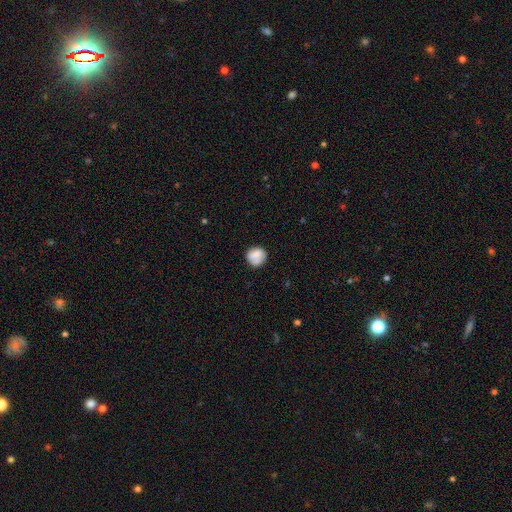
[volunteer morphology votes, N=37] A smooth galaxy with no disk features (73%) that is round (100%).

Vote fractions:
- Smooth or featured? smooth: 73% / featured or disk: 22% / star or artifact: 5%
- How rounded? round: 100% / in between: 0% / cigar-shaped: 0%
- Merging? none: 77% / minor disturbance: 14% / major disturbance: 9% / merger: 0%